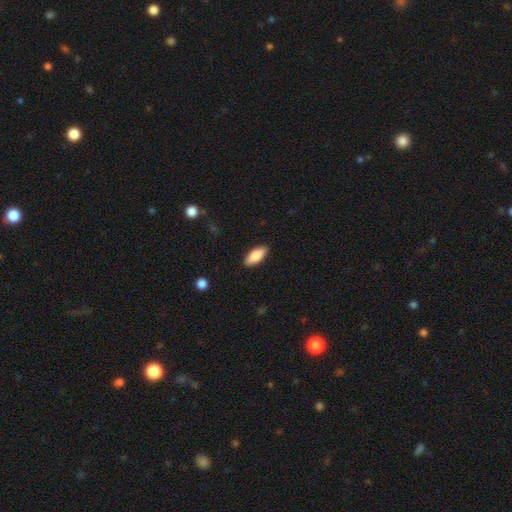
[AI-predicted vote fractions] The model was most divided on "how rounded": in between: 83%, cigar-shaped: 15%, round: 2%. More confident: merging — none (87%); smooth or featured — smooth (85%).